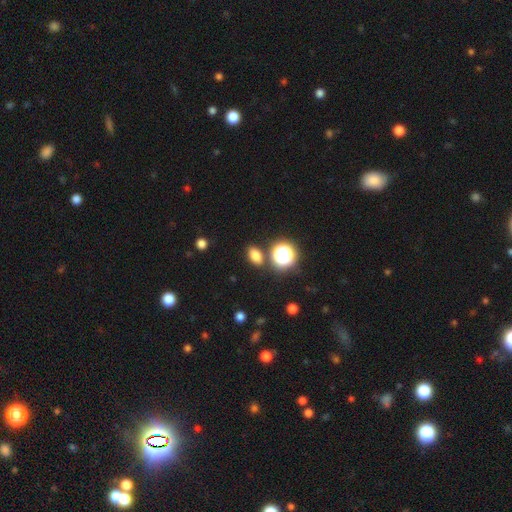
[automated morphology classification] A smooth galaxy with no disk features (76%) that is in between round and cigar-shaped (74%). Merging: none (82%).